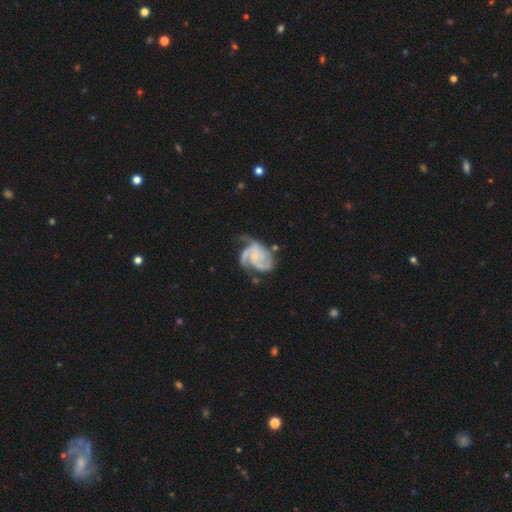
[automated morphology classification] Q: Smooth or featured?
A: featured or disk (89%); runner-up: smooth (6%)
Q: Edge-on disk?
A: no (98%); runner-up: yes (2%)
Q: Bar?
A: no (72%); runner-up: weak (23%)
Q: Spiral arms?
A: yes (97%); runner-up: no (3%)
Q: Spiral winding?
A: tight (45%); tied with: medium (45%)
Q: Spiral arm count?
A: 3 (61%); runner-up: 2 (12%)
Q: Bulge size?
A: small (73%); runner-up: moderate (19%)
Q: Merging?
A: none (47%); runner-up: minor disturbance (27%)